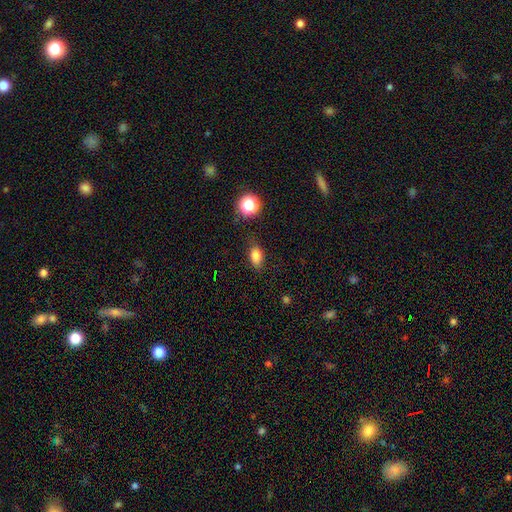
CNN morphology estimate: Smooth or featured? Predicted: smooth (p=0.81). How rounded? Predicted: in between (p=0.82). Merging? Predicted: none (p=0.81).